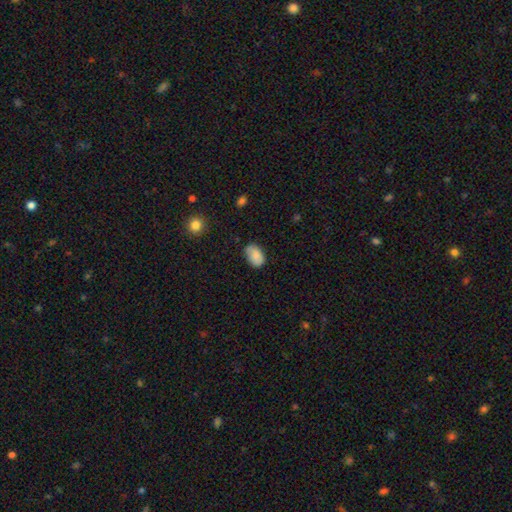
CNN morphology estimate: This is clearly a smooth galaxy (85%). How rounded: clearly in between (89%). Merging: likely none (67%).